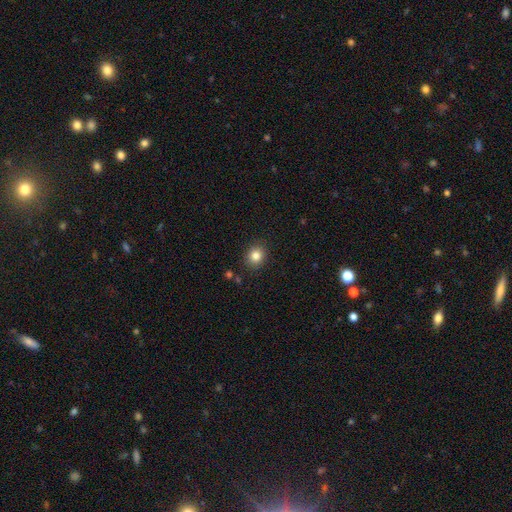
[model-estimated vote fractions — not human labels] Morphology: type=smooth (83%); roundness=round (69%); merging=none (88%).